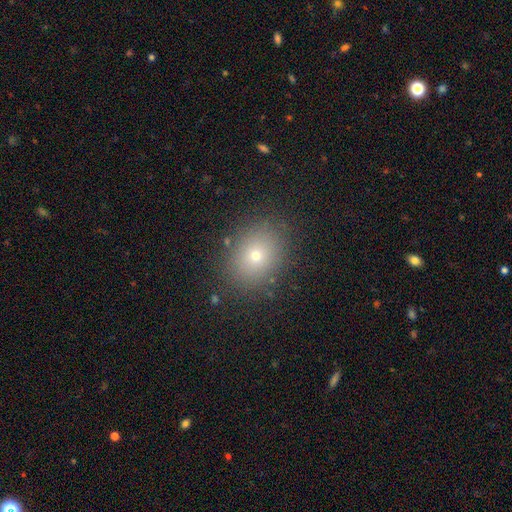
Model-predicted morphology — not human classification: Q: Smooth or featured?
A: smooth (69%); runner-up: star or artifact (18%)
Q: How rounded?
A: round (52%); runner-up: in between (47%)
Q: Merging?
A: none (85%); runner-up: minor disturbance (9%)